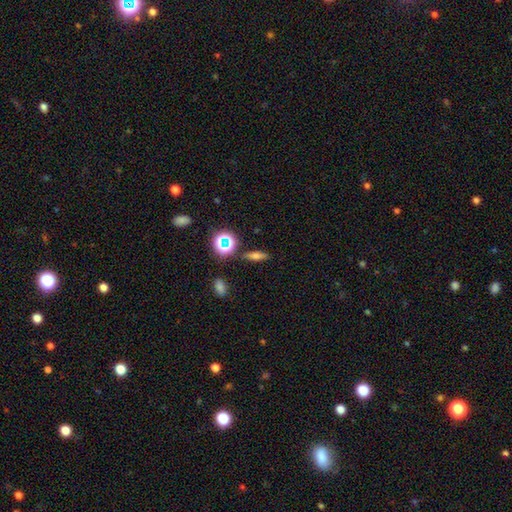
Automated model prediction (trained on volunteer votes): Smooth or featured?
  - smooth: 55% *
  - featured or disk: 24%
  - star or artifact: 21%
How rounded?
  - cigar-shaped: 50% *
  - in between: 36%
  - round: 13%
Merging?
  - none: 85% *
  - minor disturbance: 9%
  - merger: 3%
  - major disturbance: 3%